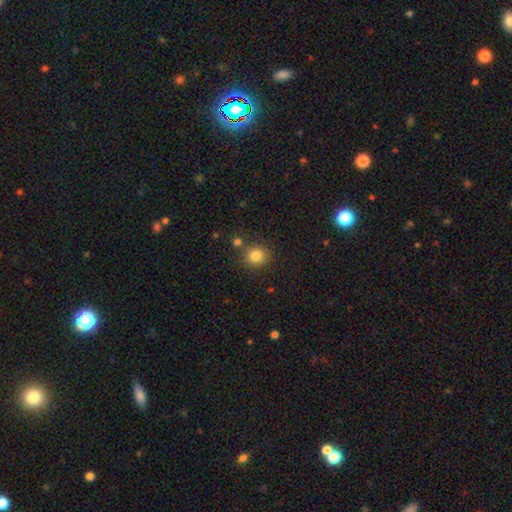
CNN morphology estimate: Smooth or featured?
  - smooth: 83% *
  - star or artifact: 12%
  - featured or disk: 6%
How rounded?
  - round: 87% *
  - in between: 12%
  - cigar-shaped: 1%
Merging?
  - none: 81% *
  - merger: 8%
  - minor disturbance: 8%
  - major disturbance: 3%